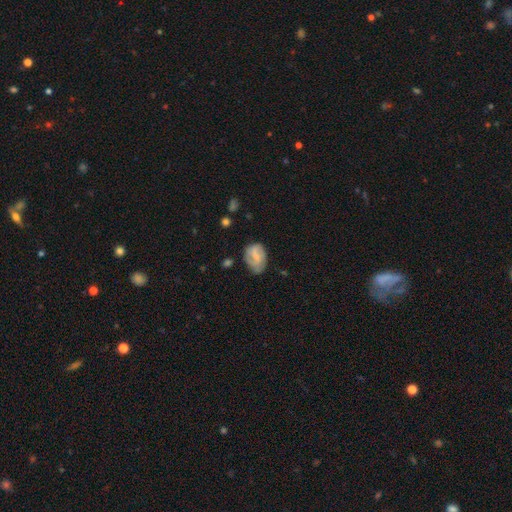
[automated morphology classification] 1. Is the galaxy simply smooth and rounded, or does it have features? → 51% smooth, 41% featured or disk, 8% star or artifact.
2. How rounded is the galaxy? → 78% in between, 20% round, 2% cigar-shaped.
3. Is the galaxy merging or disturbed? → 49% none, 33% minor disturbance, 14% major disturbance, 3% merger.